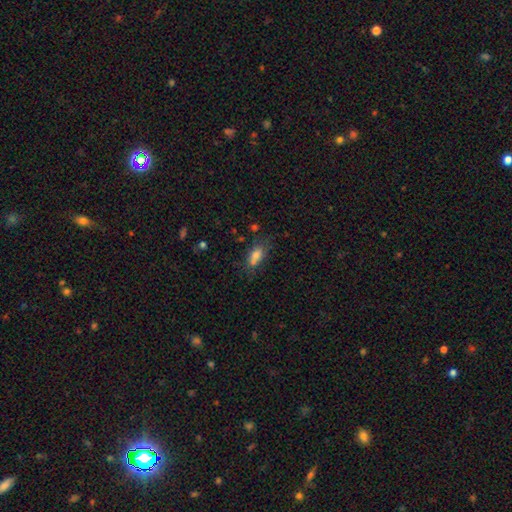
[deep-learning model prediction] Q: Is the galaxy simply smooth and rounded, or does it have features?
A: smooth — 73%.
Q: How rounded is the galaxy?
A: in between — 78%.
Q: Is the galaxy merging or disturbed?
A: none — 49%.